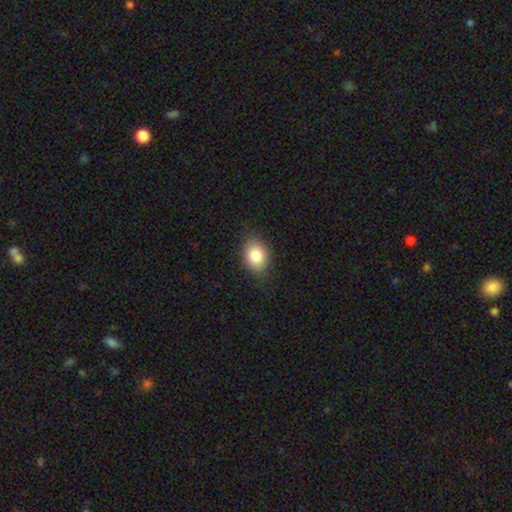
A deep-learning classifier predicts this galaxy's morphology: Overall: smooth (83%). How rounded: in between (59%; round 39%). Merging: none (83%).